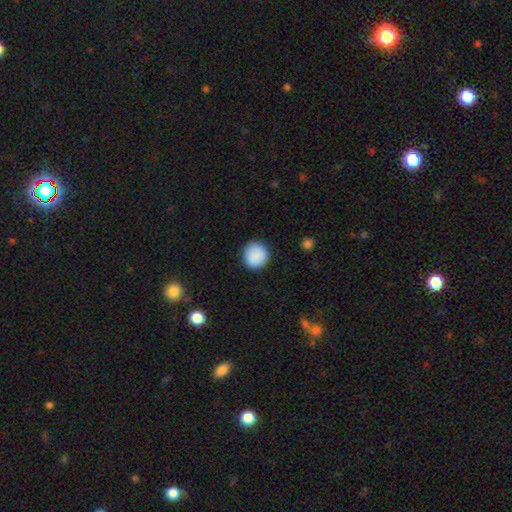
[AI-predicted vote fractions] Q: Smooth or featured?
A: smooth (89%); runner-up: star or artifact (7%)
Q: How rounded?
A: round (90%); runner-up: in between (9%)
Q: Merging?
A: none (89%); runner-up: minor disturbance (8%)